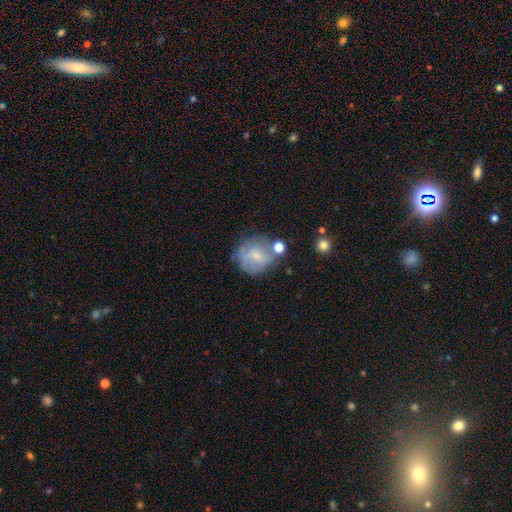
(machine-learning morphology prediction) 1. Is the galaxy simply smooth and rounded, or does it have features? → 54% smooth, 36% featured or disk, 10% star or artifact.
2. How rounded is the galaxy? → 79% round, 20% in between, 1% cigar-shaped.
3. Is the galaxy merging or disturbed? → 52% none, 23% minor disturbance, 13% major disturbance, 13% merger.